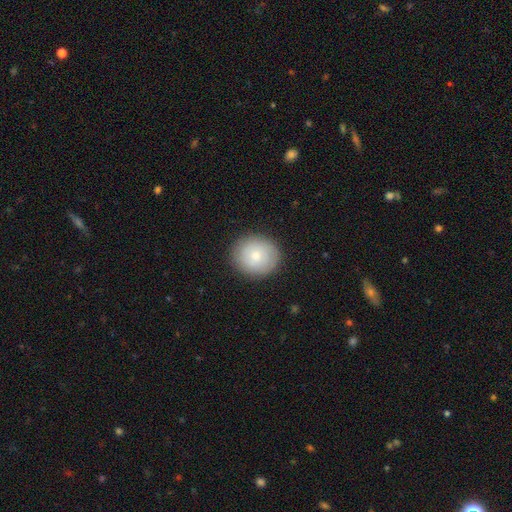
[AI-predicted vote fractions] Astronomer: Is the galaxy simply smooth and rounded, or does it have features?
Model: smooth — 80%.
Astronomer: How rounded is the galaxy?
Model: round — 86%.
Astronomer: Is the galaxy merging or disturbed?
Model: none — 89%.